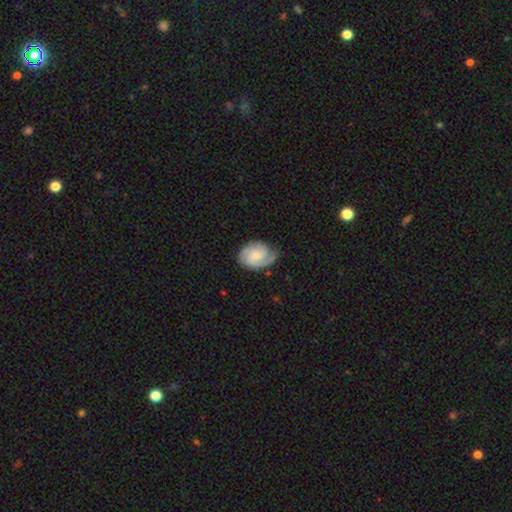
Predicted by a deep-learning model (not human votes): A featured or disk galaxy (71%) with no bar (58%), 2 (36%) tight (47%) spiral arms (95%) and a small central bulge (46%). Merging: none (65%).